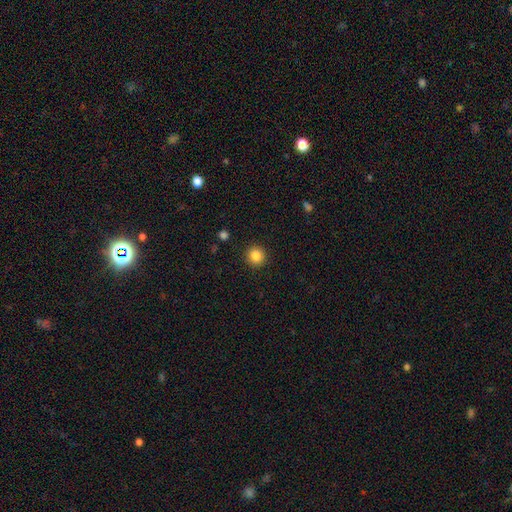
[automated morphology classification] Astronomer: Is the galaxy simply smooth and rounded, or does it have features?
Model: smooth — 86%.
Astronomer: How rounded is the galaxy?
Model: round — 94%.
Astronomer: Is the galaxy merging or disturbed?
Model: none — 92%.